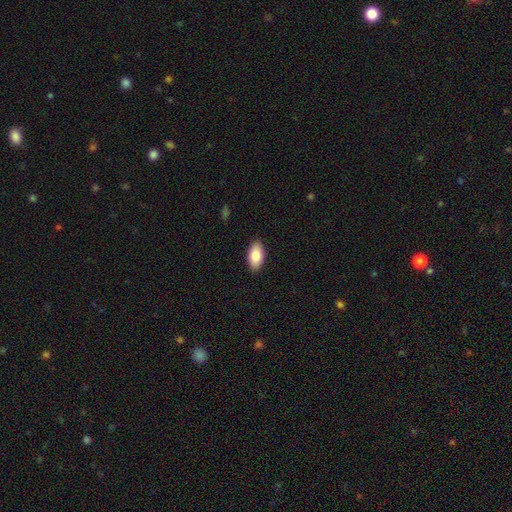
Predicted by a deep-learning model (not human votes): A smooth galaxy with no disk features (85%) that is in between round and cigar-shaped (94%). Merging: none (89%).